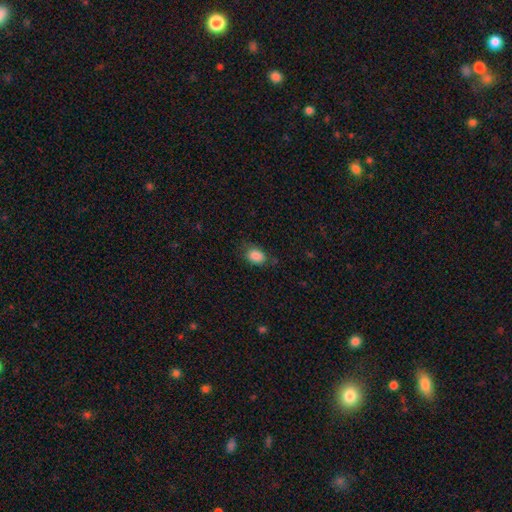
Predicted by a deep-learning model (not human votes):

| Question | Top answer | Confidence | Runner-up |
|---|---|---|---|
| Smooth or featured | smooth | 87% | star or artifact (9%) |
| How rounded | in between | 73% | round (26%) |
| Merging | none | 73% | minor disturbance (20%) |